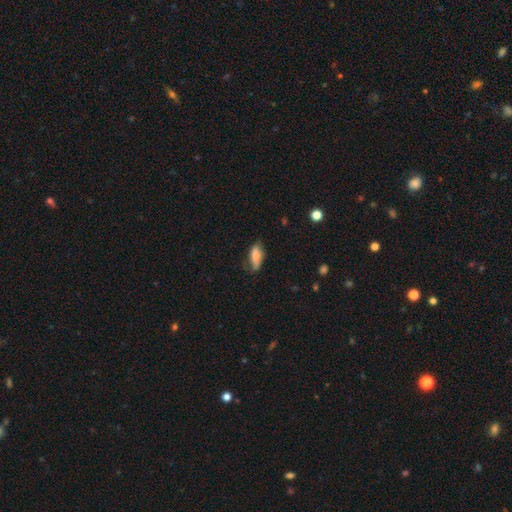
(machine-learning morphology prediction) type=smooth (78%); roundness=in between (76%); merging=none (55%).